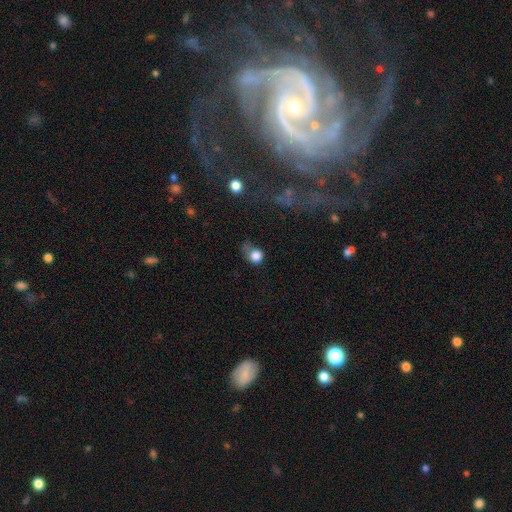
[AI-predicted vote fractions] A smooth galaxy with no disk features (80%) that is round (76%).

Vote fractions:
- Smooth or featured? smooth: 80% / star or artifact: 11% / featured or disk: 9%
- How rounded? round: 76% / in between: 23% / cigar-shaped: 1%
- Merging? none: 33% / minor disturbance: 32% / major disturbance: 29% / merger: 6%